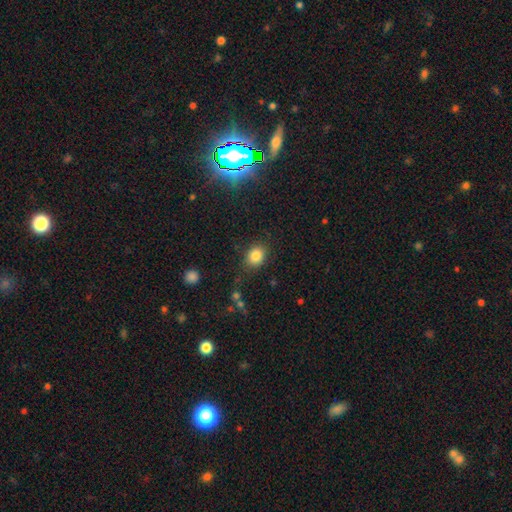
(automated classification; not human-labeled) This appears to be a smooth galaxy with no disk features (83%) that is round (50%). Merging: none (81%).